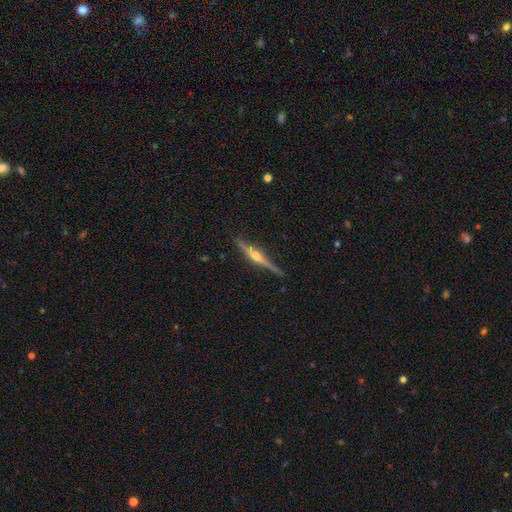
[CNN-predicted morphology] The model was most divided on "smooth or featured": featured or disk: 83%, smooth: 11%, star or artifact: 5%. More confident: edge-on disk — yes (98%); edge-on bulge — rounded (93%); merging — none (87%).